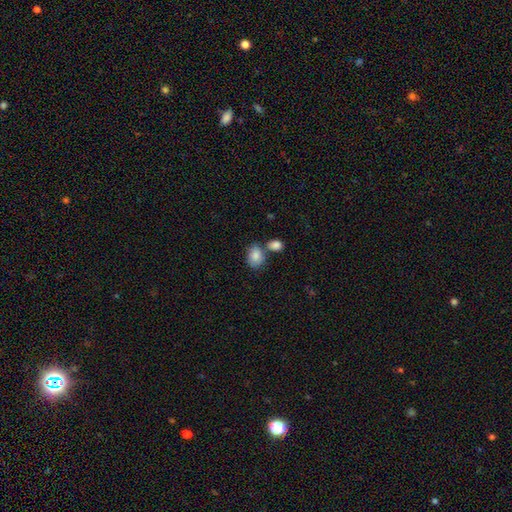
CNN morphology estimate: A smooth galaxy with no disk features (84%) that is in between round and cigar-shaped (71%). Merging: none (49%).